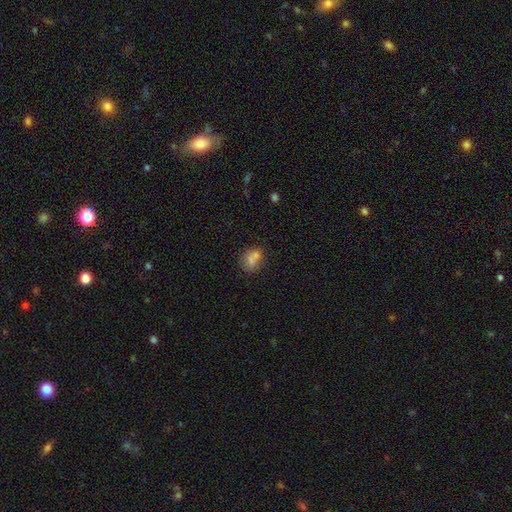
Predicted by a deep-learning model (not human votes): Overall: smooth (72%). How rounded: round (57%; in between 42%). Merging: none (49%; merger 34%).